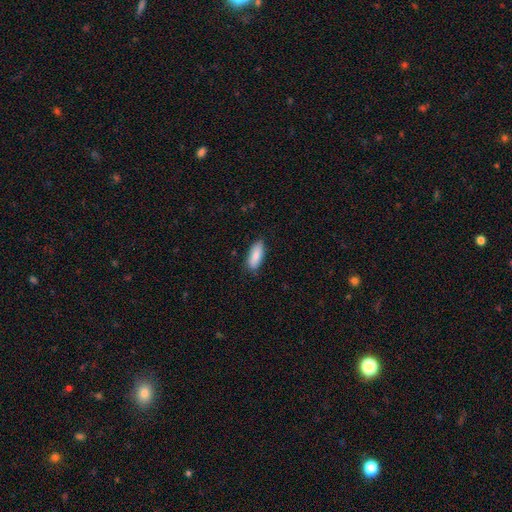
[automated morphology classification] Q: Smooth or featured?
A: smooth (87%); runner-up: featured or disk (7%)
Q: How rounded?
A: in between (77%); runner-up: cigar-shaped (21%)
Q: Merging?
A: none (83%); runner-up: minor disturbance (14%)